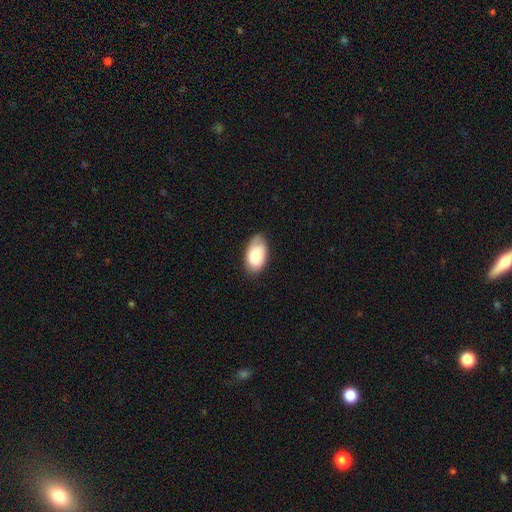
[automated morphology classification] A smooth galaxy with no disk features (79%) that is in between round and cigar-shaped (94%).

Vote fractions:
- Smooth or featured? smooth: 79% / featured or disk: 14% / star or artifact: 6%
- How rounded? in between: 94% / round: 4% / cigar-shaped: 1%
- Merging? none: 73% / minor disturbance: 22% / major disturbance: 4% / merger: 1%